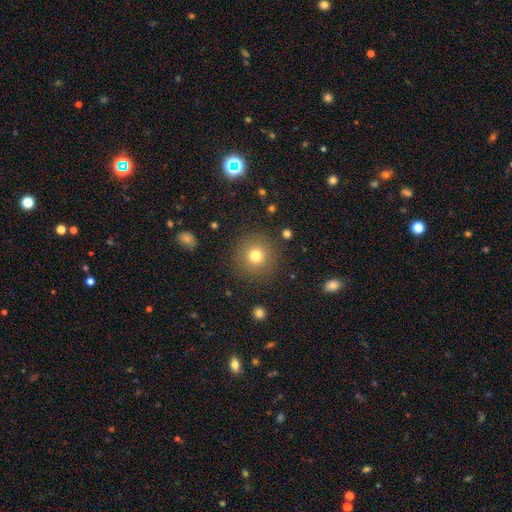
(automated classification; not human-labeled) Morphology: type=smooth (76%); roundness=round (94%); merging=none (88%).